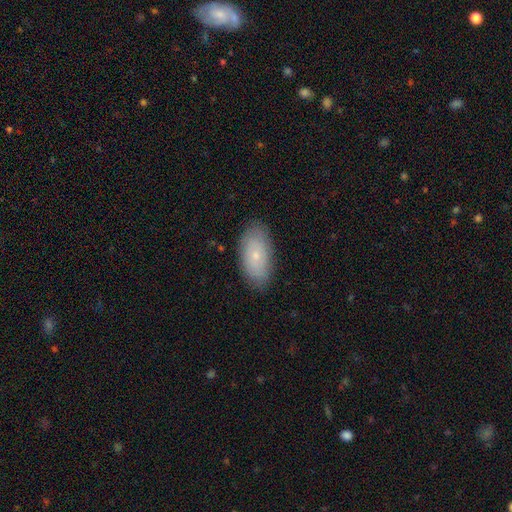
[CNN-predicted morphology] Q: Smooth or featured?
A: smooth (66%); runner-up: featured or disk (27%)
Q: How rounded?
A: in between (92%); runner-up: cigar-shaped (5%)
Q: Merging?
A: none (84%); runner-up: minor disturbance (13%)